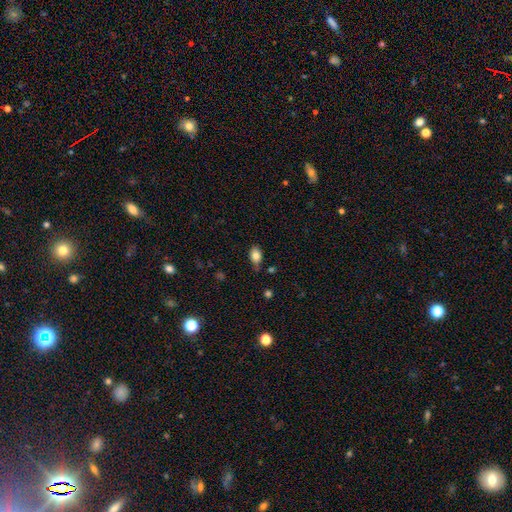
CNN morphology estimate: smooth_or_featured: smooth (p=0.81) [alt: featured or disk p=0.11]
how_rounded: in between (p=0.83) [alt: round p=0.15]
merging: none (p=0.63) [alt: minor disturbance p=0.29]